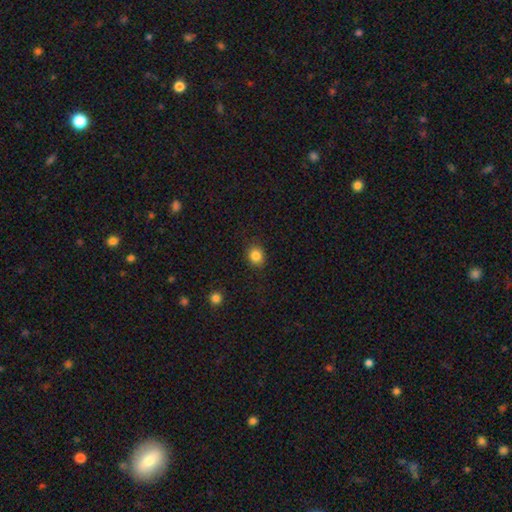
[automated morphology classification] The model was most divided on "how rounded": round: 71%, in between: 28%, cigar-shaped: 1%. More confident: merging — none (87%); smooth or featured — smooth (84%).